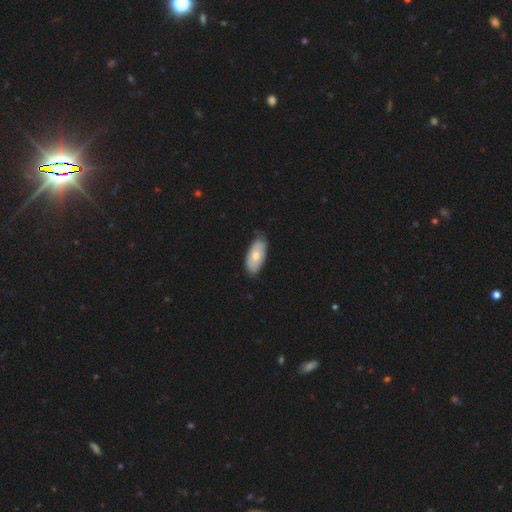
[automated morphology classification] Smooth or featured? smooth (70%)
How rounded? in between (93%)
Merging? none (75%)